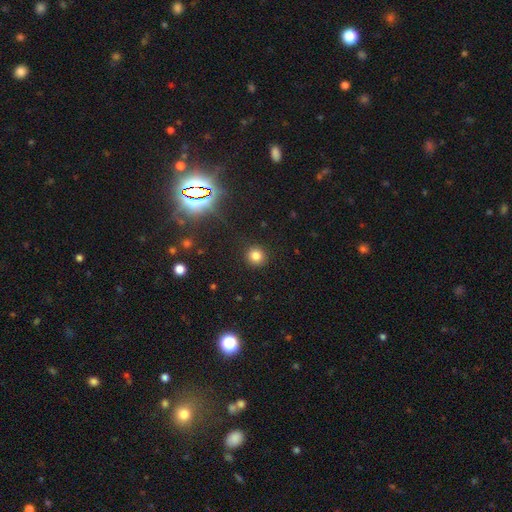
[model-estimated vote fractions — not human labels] The model was most divided on "smooth or featured": smooth: 79%, star or artifact: 15%, featured or disk: 5%. More confident: how rounded — round (93%); merging — none (92%).